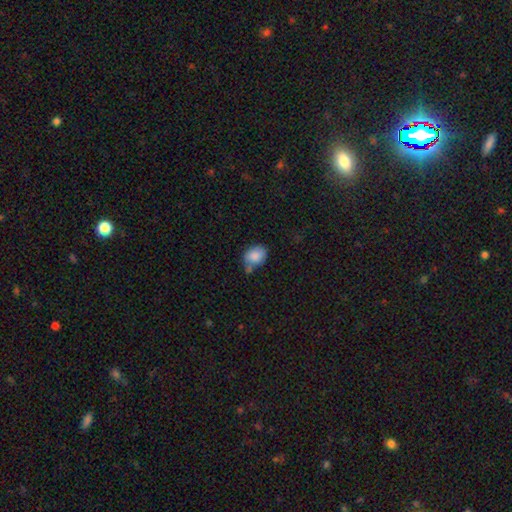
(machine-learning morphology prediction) Smooth or featured? Predicted: smooth (p=0.84). How rounded? Predicted: in between (p=0.57). Merging? Predicted: none (p=0.49).